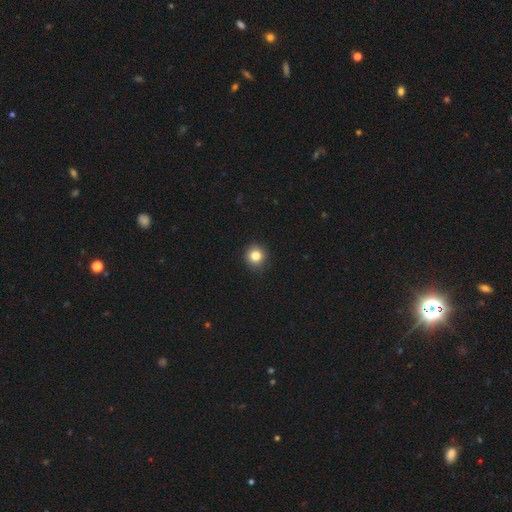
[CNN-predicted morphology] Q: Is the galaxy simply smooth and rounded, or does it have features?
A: smooth — 83%.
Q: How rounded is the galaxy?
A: round — 93%.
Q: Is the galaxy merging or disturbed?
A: none — 92%.